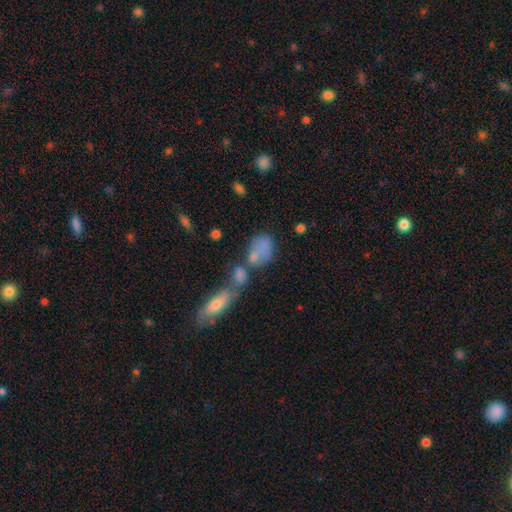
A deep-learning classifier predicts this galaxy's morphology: smooth 66%, featured or disk 20%, star or artifact 14%. Down the decision tree: how rounded — in between (73%); merging — merger (50%).